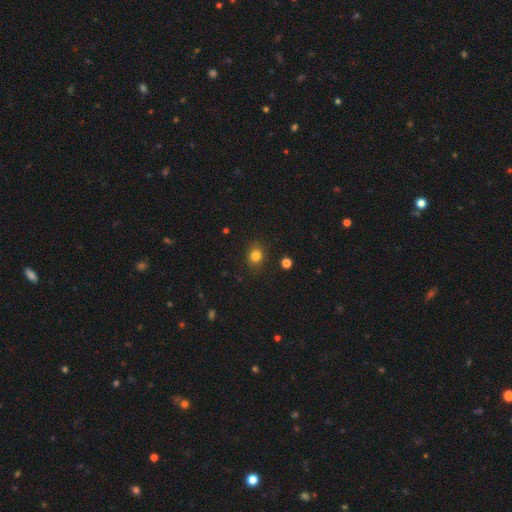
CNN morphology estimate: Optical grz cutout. It shows a smooth galaxy with no disk features (82%) that is round (68%). Merging: none (85%).